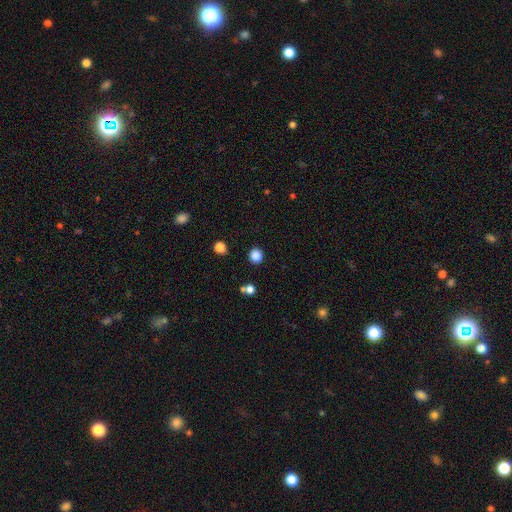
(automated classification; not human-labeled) A smooth galaxy with no disk features (85%) that is round (91%).

Vote fractions:
- Smooth or featured? smooth: 85% / star or artifact: 12% / featured or disk: 3%
- How rounded? round: 91% / in between: 8% / cigar-shaped: 1%
- Merging? none: 90% / minor disturbance: 6% / merger: 2% / major disturbance: 2%